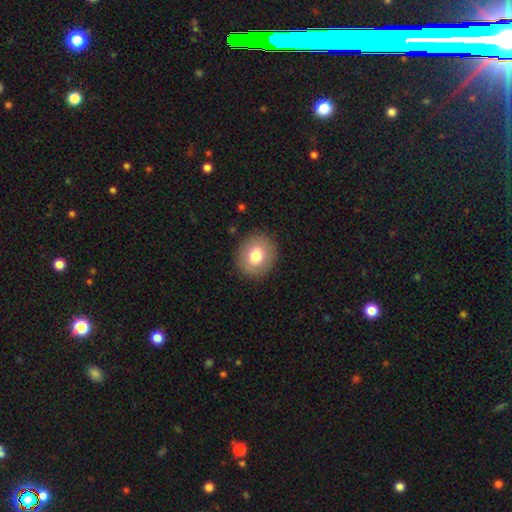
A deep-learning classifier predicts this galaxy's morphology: Smooth or featured? smooth (76%)
How rounded? round (78%)
Merging? none (89%)